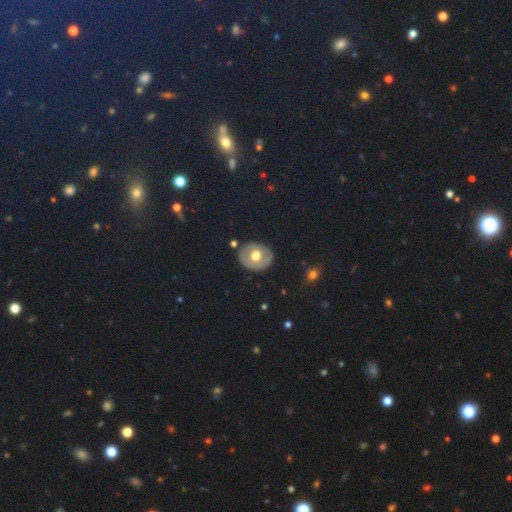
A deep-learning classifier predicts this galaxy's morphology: Smooth or featured? Predicted: smooth (p=0.50). Merging? Predicted: none (p=0.81).